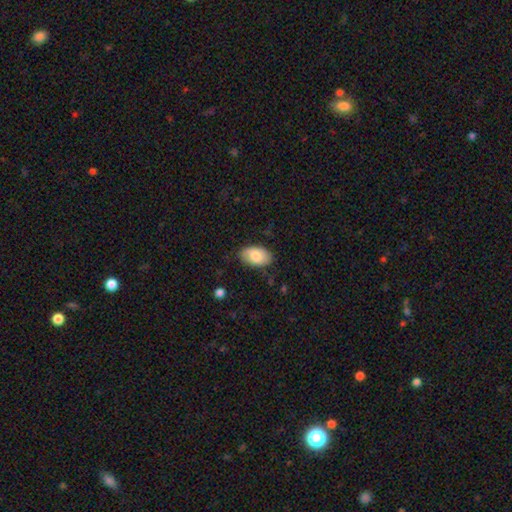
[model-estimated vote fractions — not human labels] This is clearly a smooth galaxy (84%). How rounded: clearly in between (93%). Merging: clearly none (82%).